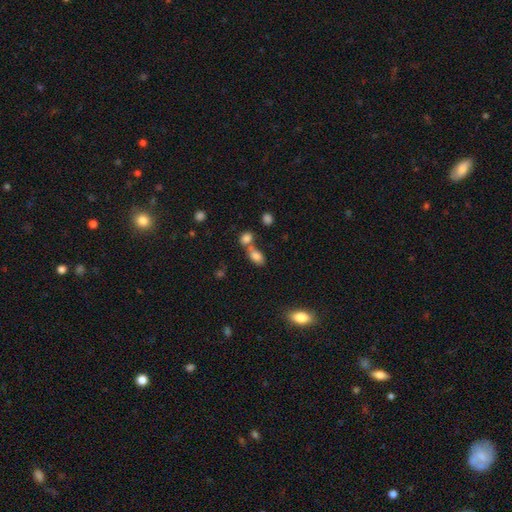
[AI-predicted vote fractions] Morphology: type=smooth (81%); roundness=in between (86%); merging=merger (48%).